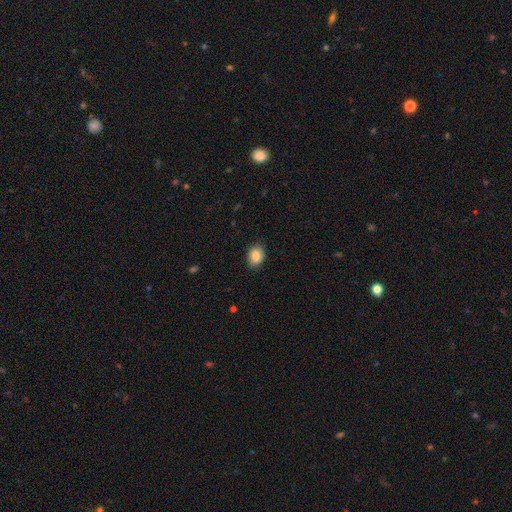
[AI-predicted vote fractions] This appears to be a smooth galaxy with no disk features (86%) that is in between round and cigar-shaped (70%). Merging: none (85%).